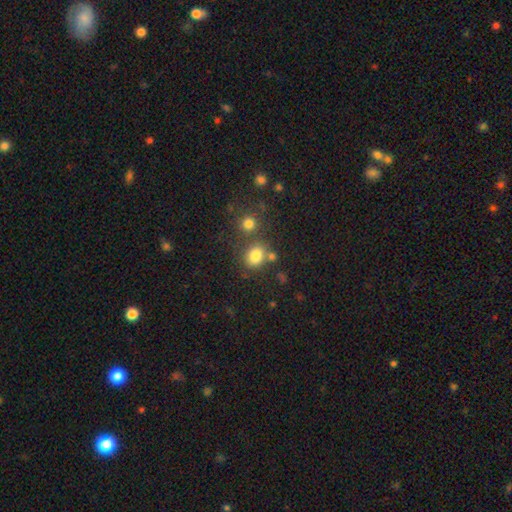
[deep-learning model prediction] Smooth or featured? smooth (80%)
How rounded? round (63%)
Merging? none (62%)